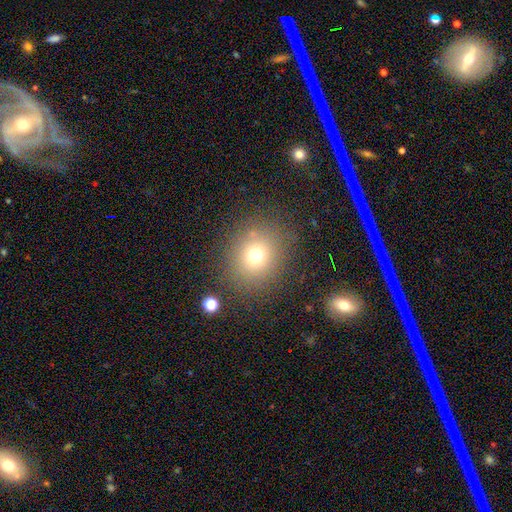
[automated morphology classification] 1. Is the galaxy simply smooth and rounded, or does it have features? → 71% smooth, 18% star or artifact, 11% featured or disk.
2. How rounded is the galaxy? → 78% round, 21% in between, 1% cigar-shaped.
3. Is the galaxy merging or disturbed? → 83% none, 9% minor disturbance, 5% major disturbance, 3% merger.